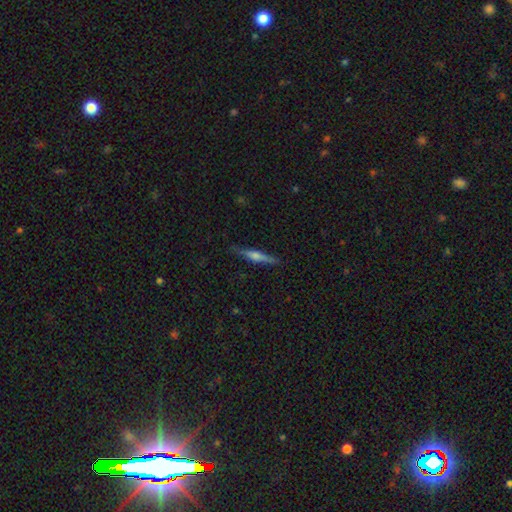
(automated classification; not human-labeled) This appears to be a featured or disk galaxy (62%) viewed edge-on (97%) with a rounded central bulge (80%). Merging: none (88%).